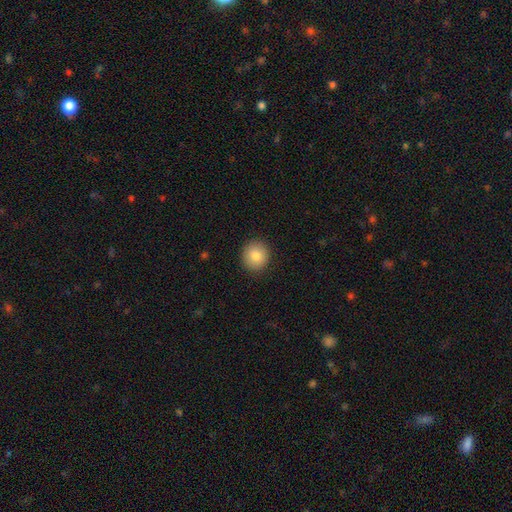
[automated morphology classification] A smooth galaxy with no disk features (84%) that is round (88%).

Vote fractions:
- Smooth or featured? smooth: 84% / star or artifact: 9% / featured or disk: 8%
- How rounded? round: 88% / in between: 11% / cigar-shaped: 1%
- Merging? none: 91% / minor disturbance: 7% / major disturbance: 2% / merger: 1%